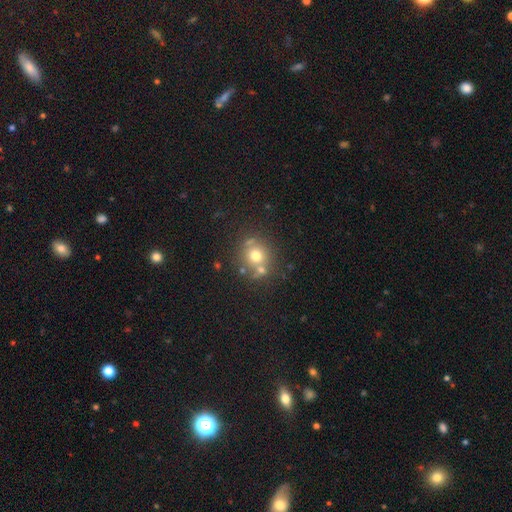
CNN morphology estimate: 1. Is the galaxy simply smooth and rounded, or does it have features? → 67% smooth, 16% featured or disk, 16% star or artifact.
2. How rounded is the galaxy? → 87% round, 12% in between, 1% cigar-shaped.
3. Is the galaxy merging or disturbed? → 63% none, 21% merger, 11% minor disturbance, 4% major disturbance.